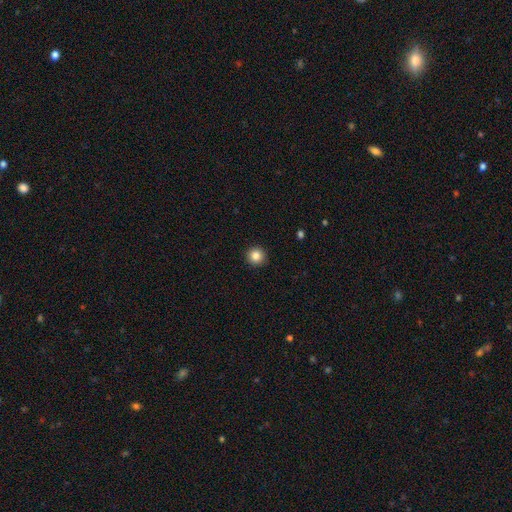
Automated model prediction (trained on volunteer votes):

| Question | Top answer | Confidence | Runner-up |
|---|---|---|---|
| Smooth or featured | smooth | 84% | star or artifact (11%) |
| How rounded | round | 95% | in between (4%) |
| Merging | none | 93% | minor disturbance (5%) |